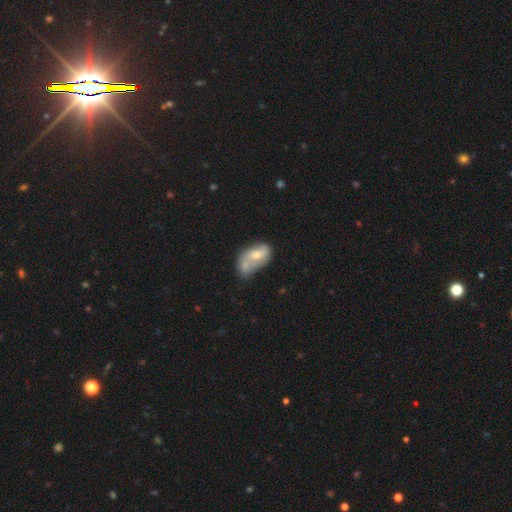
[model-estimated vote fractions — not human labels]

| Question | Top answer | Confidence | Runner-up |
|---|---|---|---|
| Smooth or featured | smooth | 49% | featured or disk (44%) |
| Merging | merger | 38% | none (28%) |